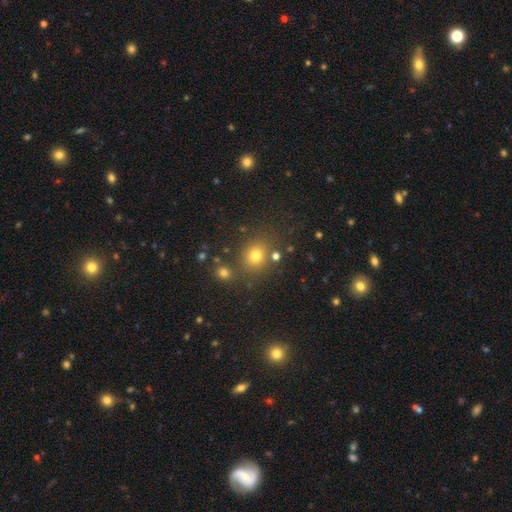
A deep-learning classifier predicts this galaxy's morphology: Q: Smooth or featured?
A: smooth (71%); runner-up: star or artifact (21%)
Q: How rounded?
A: round (76%); runner-up: in between (23%)
Q: Merging?
A: none (77%); runner-up: minor disturbance (10%)